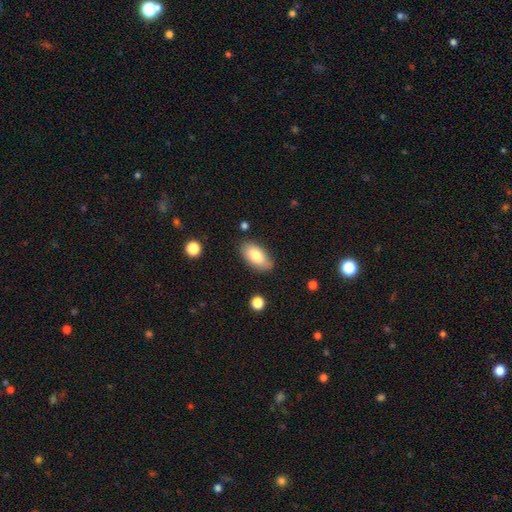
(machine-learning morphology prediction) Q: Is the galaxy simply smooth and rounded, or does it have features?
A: smooth — 81%.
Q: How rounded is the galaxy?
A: in between — 93%.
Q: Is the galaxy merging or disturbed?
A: none — 81%.